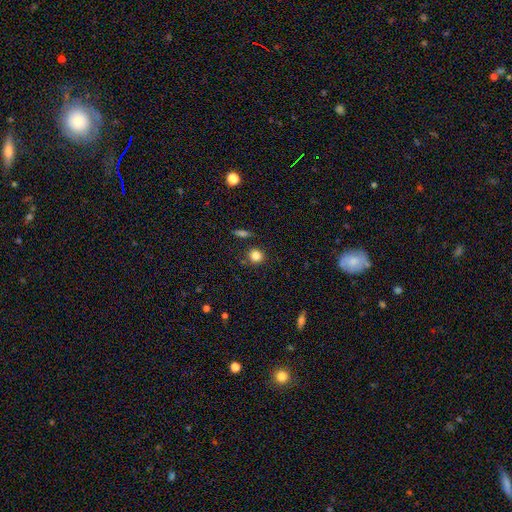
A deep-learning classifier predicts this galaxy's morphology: smooth 83%, star or artifact 11%, featured or disk 5%. Down the decision tree: how rounded — round (86%); merging — none (83%).